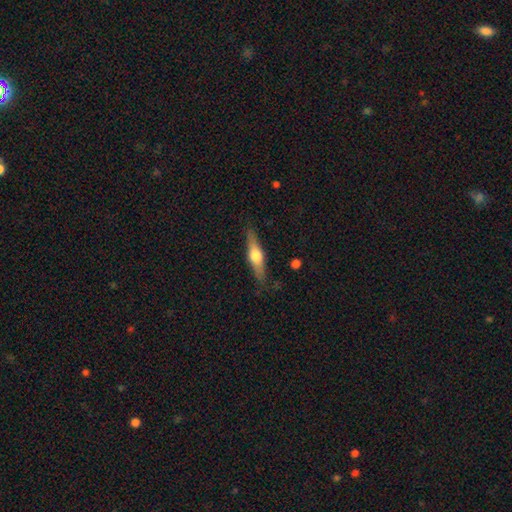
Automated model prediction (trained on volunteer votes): smooth-or-featured: featured or disk: 54% | smooth: 40% | star or artifact: 6%
  disk-edge-on: yes: 94% | no: 6%
    edge-on-bulge: rounded: 93% | boxy: 5% | none: 2%
  merging: none: 84% | minor disturbance: 12% | major disturbance: 3% | merger: 2%